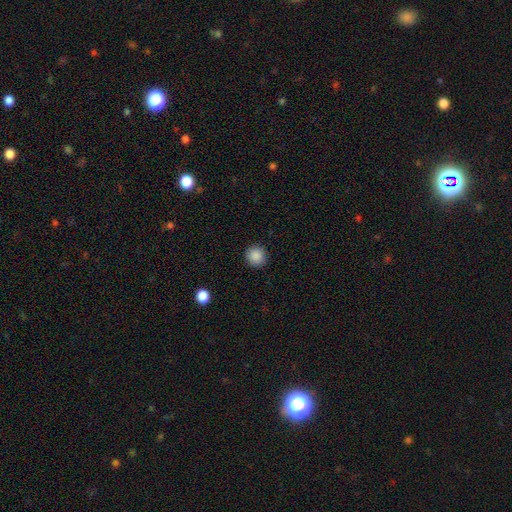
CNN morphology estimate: smooth 88%, star or artifact 9%, featured or disk 3%. Down the decision tree: how rounded — round (92%); merging — none (90%).